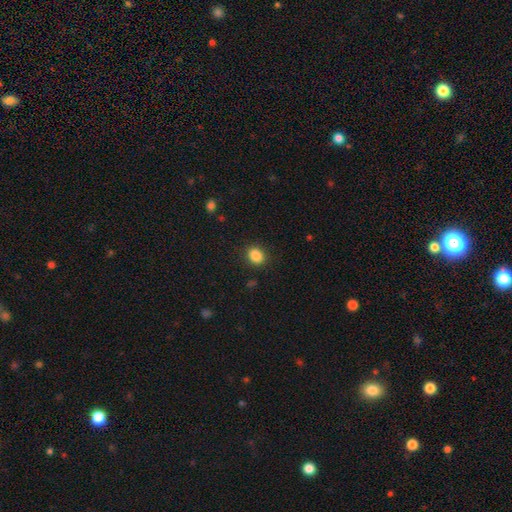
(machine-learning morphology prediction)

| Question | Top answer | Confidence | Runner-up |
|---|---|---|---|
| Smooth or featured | smooth | 87% | star or artifact (10%) |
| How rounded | in between | 50% | round (49%) |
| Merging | none | 87% | minor disturbance (9%) |